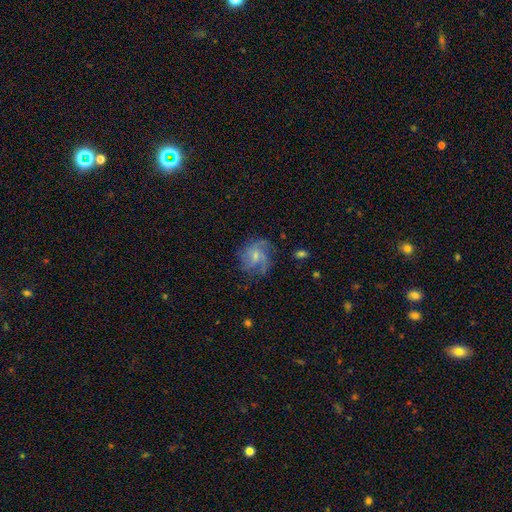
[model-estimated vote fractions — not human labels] Q: Smooth or featured?
A: featured or disk (67%); runner-up: smooth (24%)
Q: Edge-on disk?
A: no (98%); runner-up: yes (2%)
Q: Bar?
A: weak (47%); runner-up: no (46%)
Q: Spiral arms?
A: yes (87%); runner-up: no (13%)
Q: Spiral winding?
A: medium (46%); runner-up: tight (30%)
Q: Spiral arm count?
A: can't tell (30%); runner-up: 3 (27%)
Q: Bulge size?
A: small (61%); runner-up: moderate (27%)
Q: Merging?
A: none (61%); runner-up: minor disturbance (22%)